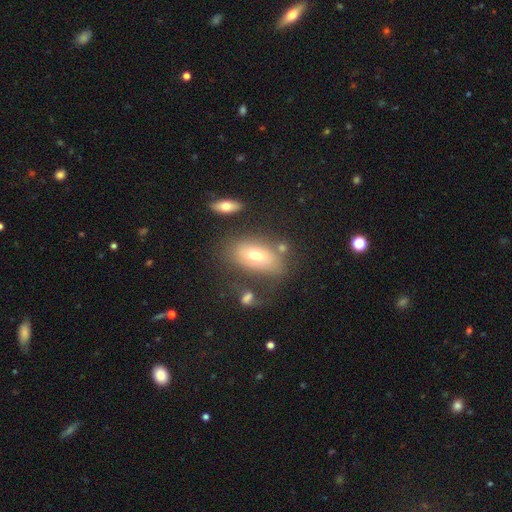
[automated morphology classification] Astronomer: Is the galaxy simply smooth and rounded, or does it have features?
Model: smooth — 65%.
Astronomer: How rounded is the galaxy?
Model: in between — 89%.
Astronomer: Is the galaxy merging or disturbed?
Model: none — 61%.